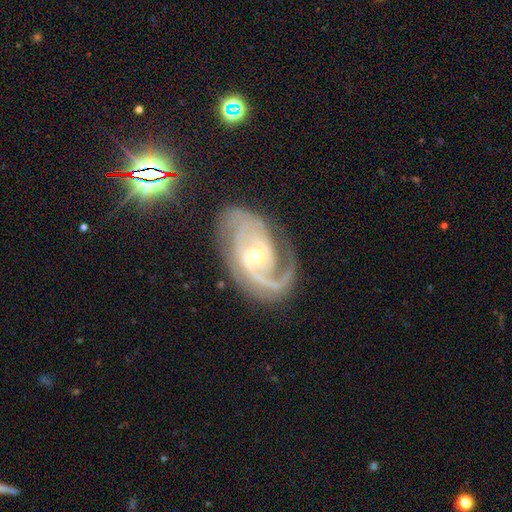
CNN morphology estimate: The model was most divided on "spiral winding": medium: 46%, tight: 43%, loose: 10%. More confident: spiral arms — yes (98%); edge-on disk — no (97%); smooth or featured — featured or disk (91%); merging — none (70%); spiral arm count — 2 (67%); bar — no (57%); bulge size — small (55%).